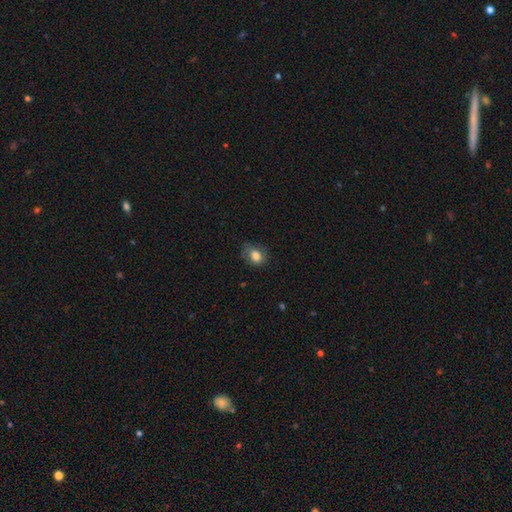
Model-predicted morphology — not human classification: type=smooth (79%); roundness=in between (60%); merging=none (63%).